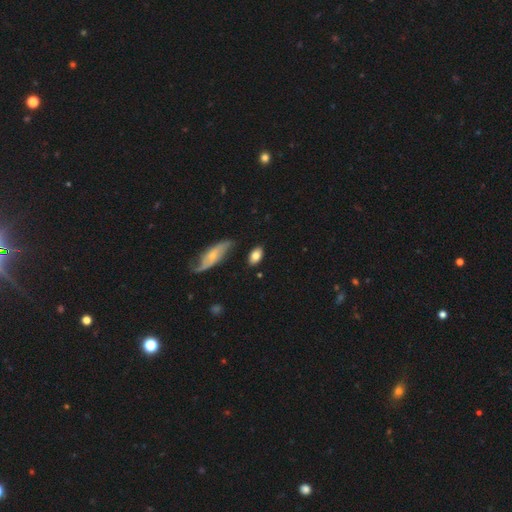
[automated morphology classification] type=smooth (78%); roundness=in between (90%); merging=none (76%).